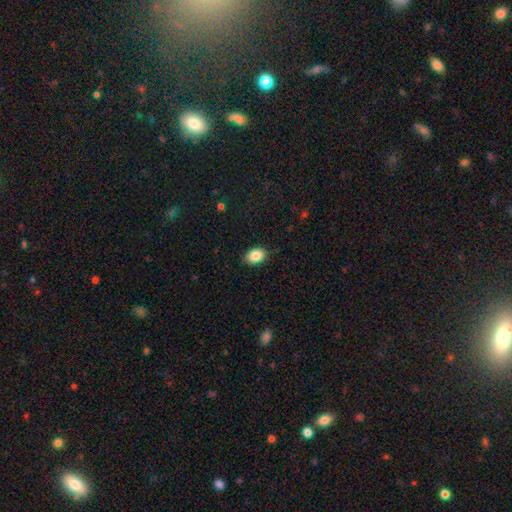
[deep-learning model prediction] smooth 86%, star or artifact 8%, featured or disk 6%. Down the decision tree: how rounded — in between (79%); merging — none (85%).